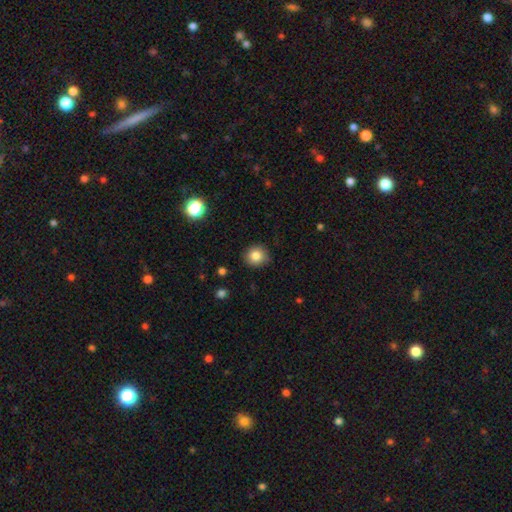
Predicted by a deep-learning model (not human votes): Smooth or featured? Predicted: smooth (p=0.83). How rounded? Predicted: round (p=0.88). Merging? Predicted: none (p=0.88).